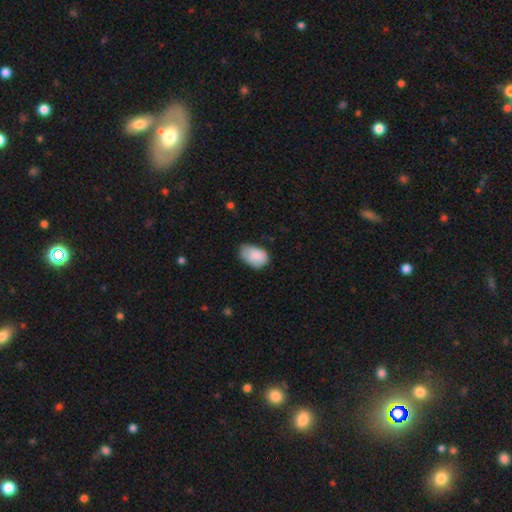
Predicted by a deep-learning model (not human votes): Q: Smooth or featured?
A: smooth (83%); runner-up: featured or disk (10%)
Q: How rounded?
A: in between (88%); runner-up: round (11%)
Q: Merging?
A: none (49%); runner-up: minor disturbance (40%)